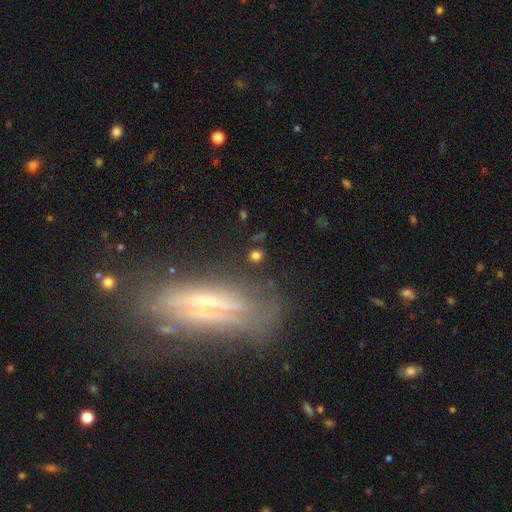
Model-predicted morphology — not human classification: A smooth galaxy with no disk features (72%) that is round (79%). Merging: none (82%).